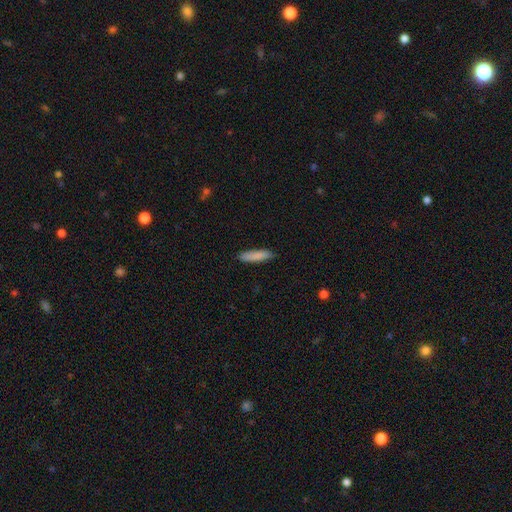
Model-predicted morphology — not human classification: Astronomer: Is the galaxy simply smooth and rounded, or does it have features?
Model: smooth — 87%.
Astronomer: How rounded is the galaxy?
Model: cigar-shaped — 77%.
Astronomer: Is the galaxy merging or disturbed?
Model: none — 88%.